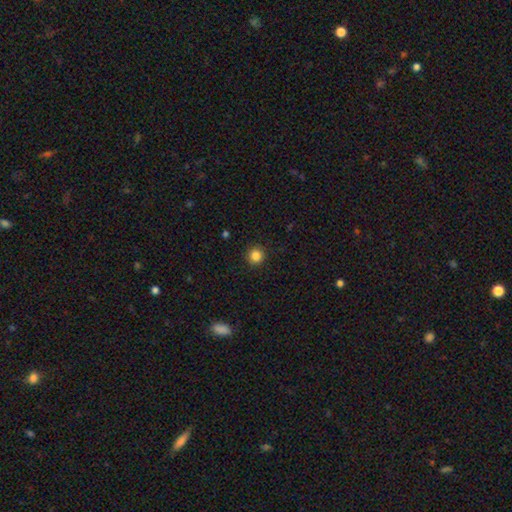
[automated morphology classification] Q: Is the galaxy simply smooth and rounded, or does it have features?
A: smooth — 85%.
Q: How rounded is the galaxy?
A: round — 94%.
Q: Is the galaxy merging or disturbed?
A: none — 91%.